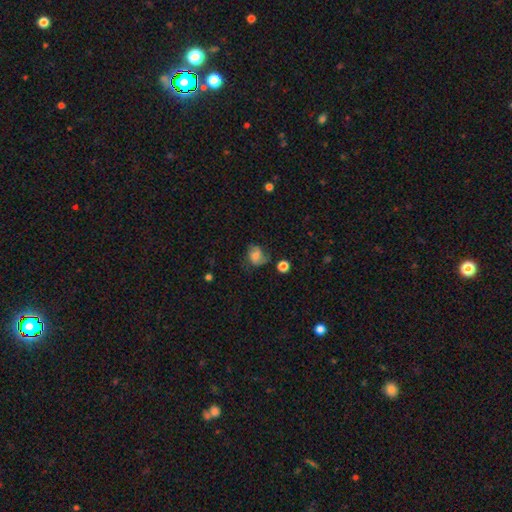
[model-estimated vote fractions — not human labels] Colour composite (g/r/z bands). It shows a smooth galaxy with no disk features (54%) that is round (55%). Merging: none (51%).